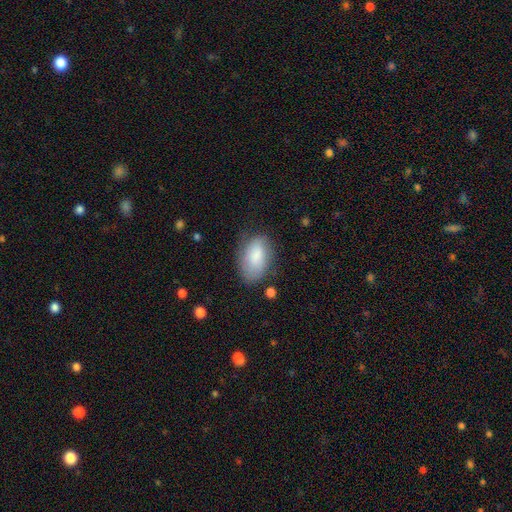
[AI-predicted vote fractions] A smooth galaxy with no disk features (76%) that is in between round and cigar-shaped (92%). Merging: none (66%).